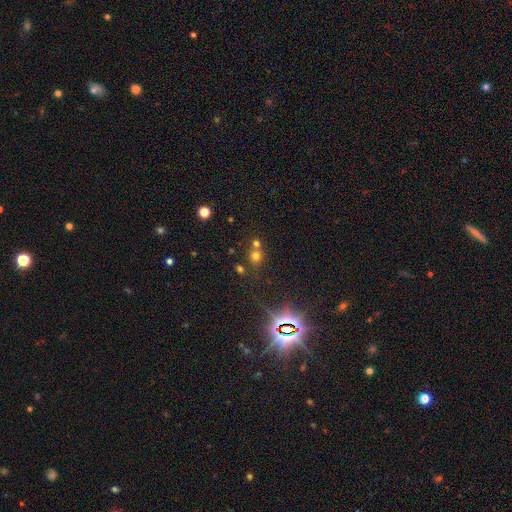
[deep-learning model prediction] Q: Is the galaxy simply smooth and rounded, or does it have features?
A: smooth — 59%.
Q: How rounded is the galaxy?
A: round — 85%.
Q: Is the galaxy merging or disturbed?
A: none — 58%.